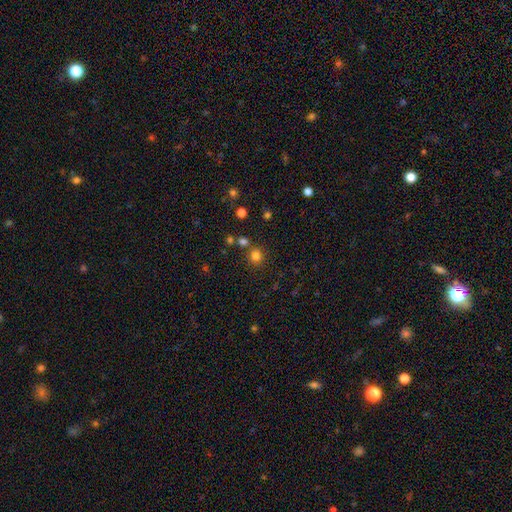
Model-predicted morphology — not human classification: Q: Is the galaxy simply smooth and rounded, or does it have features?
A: smooth — 79%.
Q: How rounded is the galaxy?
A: round — 89%.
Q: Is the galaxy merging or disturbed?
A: none — 79%.